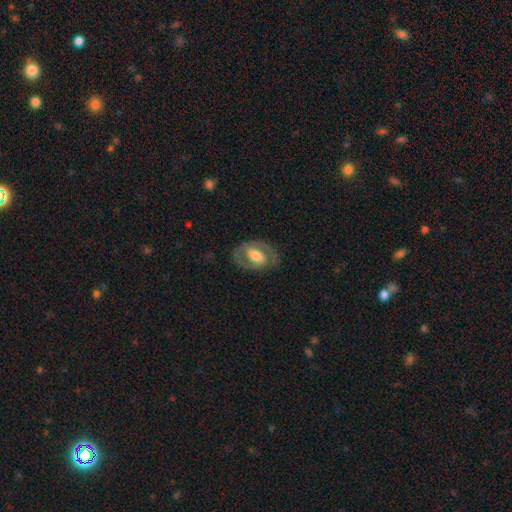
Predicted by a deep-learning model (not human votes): This is likely a featured or disk galaxy (63%). It is clearly not viewed edge-on (94%). Bar: marginally weak (37%, tied with no). Spiral arm pattern: possibly yes (59%). Central bulge: possibly moderate (51%). Merging: likely none (76%).